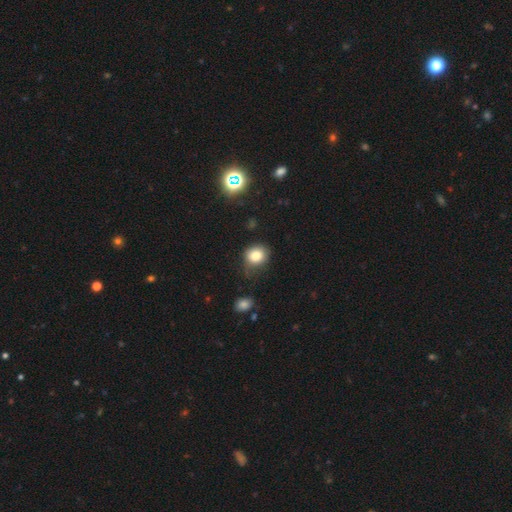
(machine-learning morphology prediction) Smooth or featured: smooth — 80% (star or artifact — 13%)
How rounded: round — 71% (in between — 28%)
Merging: none — 64% (minor disturbance — 26%)